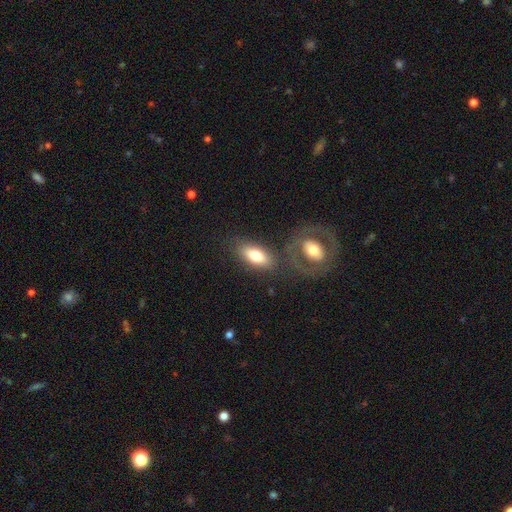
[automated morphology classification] Smooth or featured?
  - smooth: 73% *
  - featured or disk: 20%
  - star or artifact: 7%
How rounded?
  - in between: 83% *
  - cigar-shaped: 12%
  - round: 5%
Merging?
  - none: 70% *
  - merger: 13%
  - minor disturbance: 12%
  - major disturbance: 5%